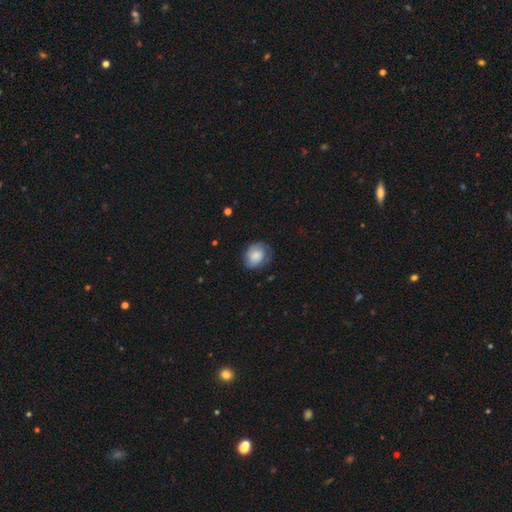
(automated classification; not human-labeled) smooth-or-featured: smooth: 61% | featured or disk: 31% | star or artifact: 8%
  how-rounded: round: 50% | in between: 49% | cigar-shaped: 1%
  merging: none: 67% | minor disturbance: 24% | major disturbance: 8% | merger: 1%